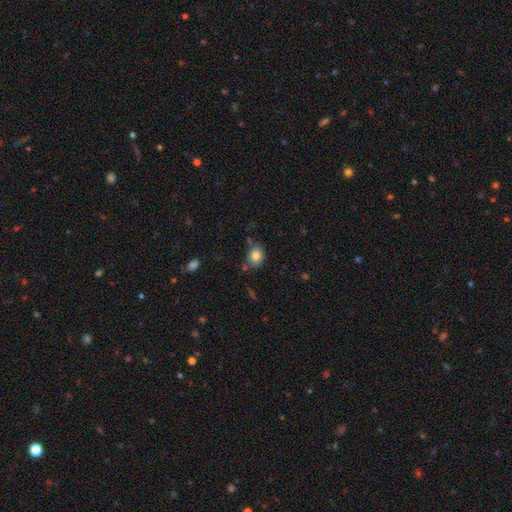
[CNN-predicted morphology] A smooth galaxy with no disk features (80%) that is round (54%). Merging: none (75%).